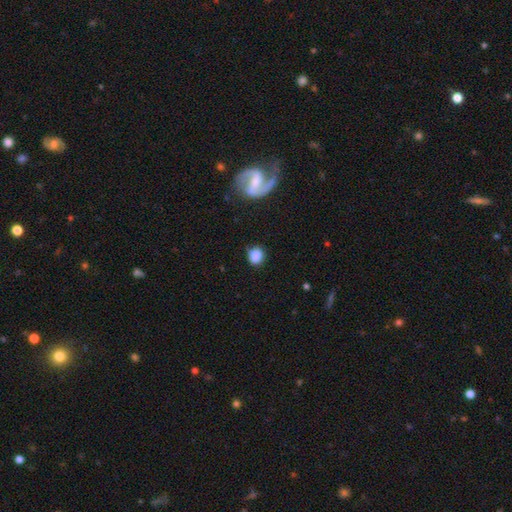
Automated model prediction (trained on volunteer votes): Smooth or featured?
  - smooth: 82% *
  - featured or disk: 9%
  - star or artifact: 9%
How rounded?
  - round: 71% *
  - in between: 28%
  - cigar-shaped: 1%
Merging?
  - none: 72% *
  - minor disturbance: 20%
  - major disturbance: 6%
  - merger: 3%